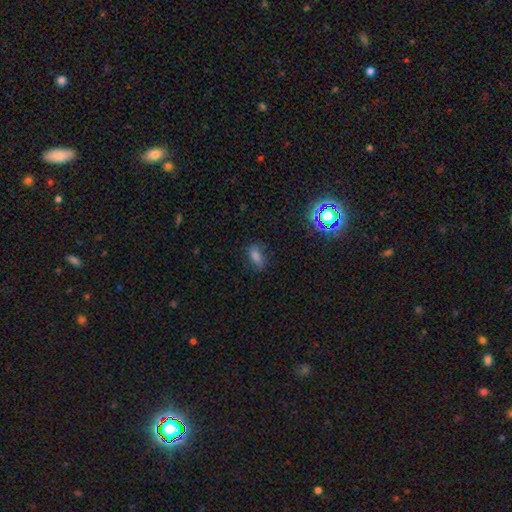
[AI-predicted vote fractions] smooth_or_featured: smooth (p=0.62) [alt: star or artifact p=0.24]
how_rounded: in between (p=0.73) [alt: cigar-shaped p=0.18]
merging: none (p=0.74) [alt: minor disturbance p=0.18]